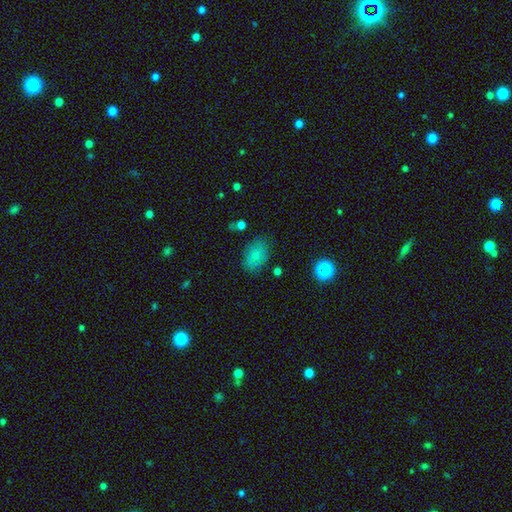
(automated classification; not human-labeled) The model was most divided on "smooth or featured": smooth: 76%, featured or disk: 14%, star or artifact: 10%. More confident: how rounded — in between (83%); merging — none (80%).